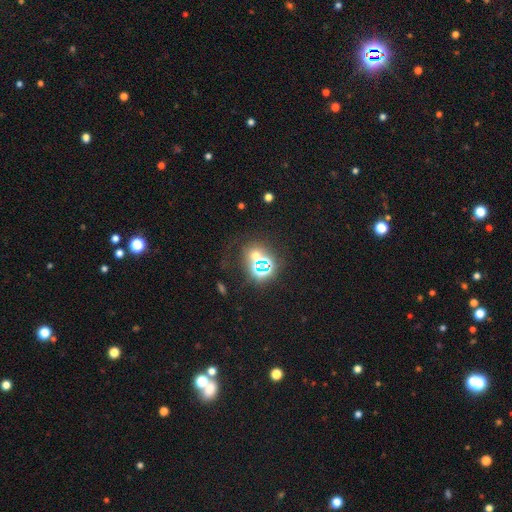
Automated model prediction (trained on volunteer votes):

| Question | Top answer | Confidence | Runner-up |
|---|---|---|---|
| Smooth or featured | star or artifact | 54% | smooth (33%) |